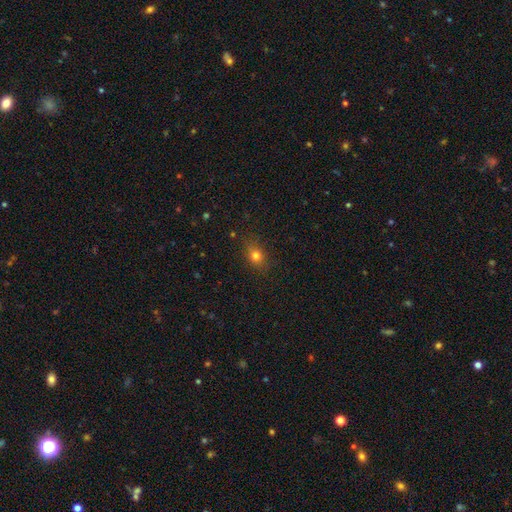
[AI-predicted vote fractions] smooth 75%, star or artifact 15%, featured or disk 10%. Down the decision tree: how rounded — in between (52%); merging — none (82%).